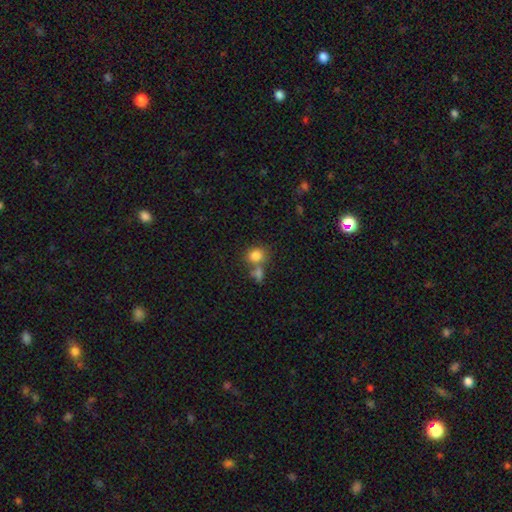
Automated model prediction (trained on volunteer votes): A smooth galaxy with no disk features (82%) that is round (63%). Merging: none (48%).